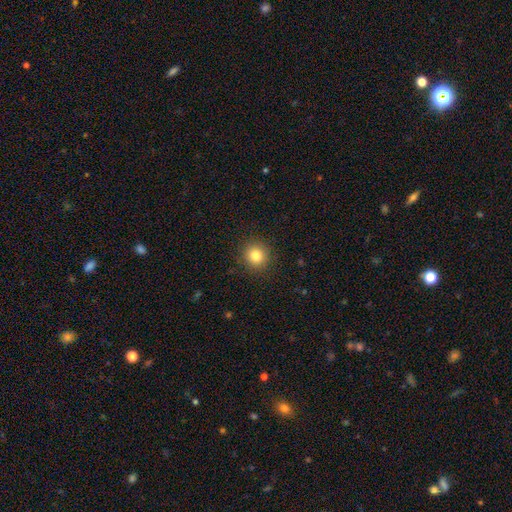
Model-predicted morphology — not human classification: A smooth galaxy with no disk features (81%) that is round (92%). Merging: none (91%).